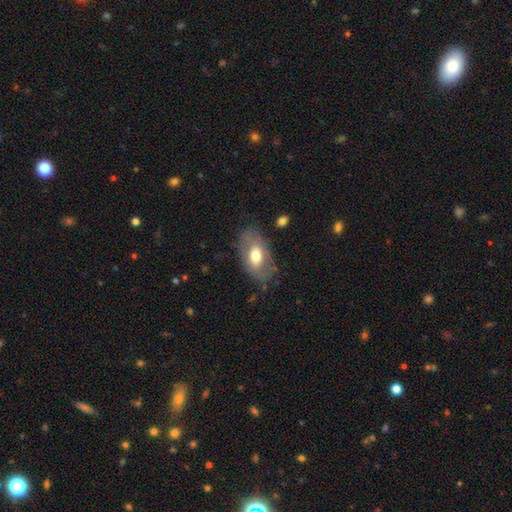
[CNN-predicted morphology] A smooth galaxy with no disk features (54%) that is in between round and cigar-shaped (90%). Merging: none (74%).